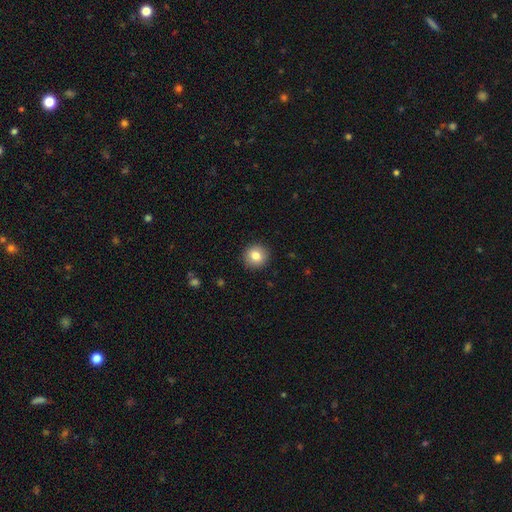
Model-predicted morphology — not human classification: A smooth galaxy with no disk features (82%) that is round (93%). Merging: none (92%).